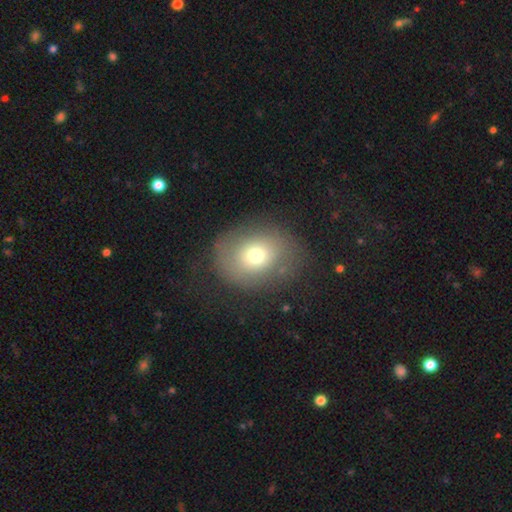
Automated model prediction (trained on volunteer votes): A smooth galaxy with no disk features (67%) that is round (59%).

Vote fractions:
- Smooth or featured? smooth: 67% / featured or disk: 20% / star or artifact: 13%
- How rounded? round: 59% / in between: 40% / cigar-shaped: 1%
- Merging? none: 67% / minor disturbance: 18% / major disturbance: 13% / merger: 2%